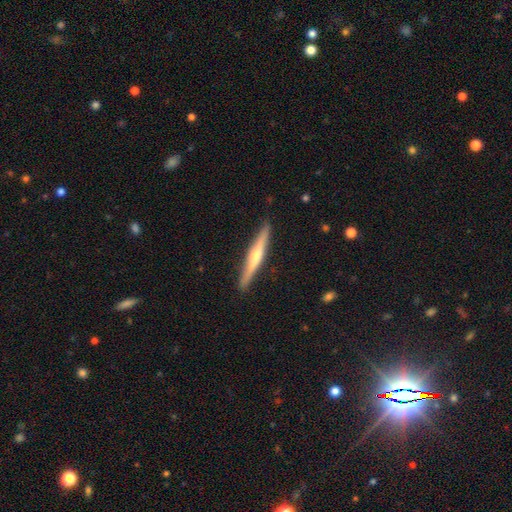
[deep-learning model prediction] A featured or disk galaxy (67%) viewed edge-on (97%) with a rounded central bulge (83%).

Vote fractions:
- Smooth or featured? featured or disk: 67% / smooth: 27% / star or artifact: 6%
- Edge-on disk? yes: 97% / no: 3%
- Edge-on bulge? rounded: 83% / none: 12% / boxy: 5%
- Merging? none: 90% / minor disturbance: 7% / major disturbance: 1% / merger: 1%